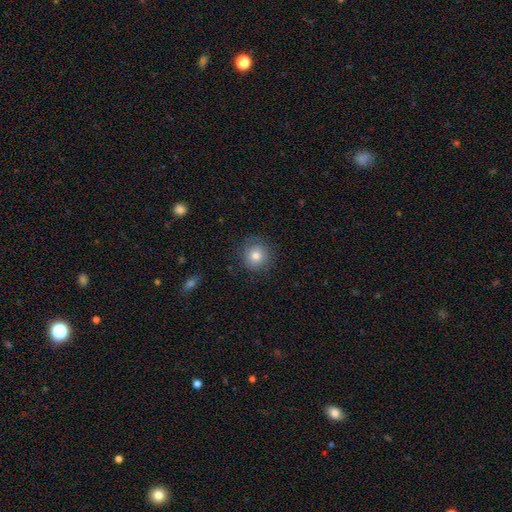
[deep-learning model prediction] smooth_or_featured: smooth (p=0.79) [alt: star or artifact p=0.11]
how_rounded: round (p=0.92) [alt: in between p=0.07]
merging: none (p=0.85) [alt: minor disturbance p=0.11]